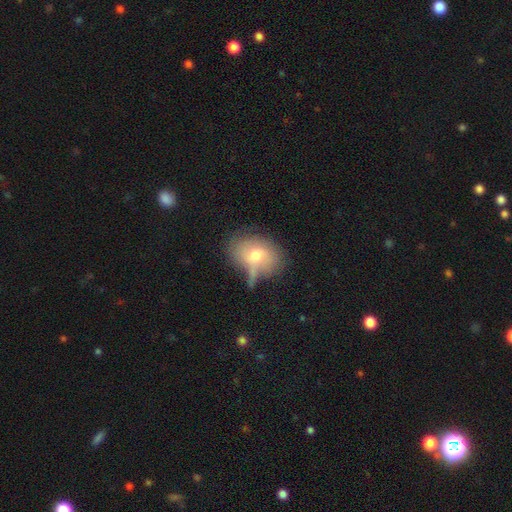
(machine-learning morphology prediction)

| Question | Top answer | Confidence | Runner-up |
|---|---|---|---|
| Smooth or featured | smooth | 66% | featured or disk (24%) |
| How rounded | in between | 72% | round (26%) |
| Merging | none | 47% | minor disturbance (27%) |